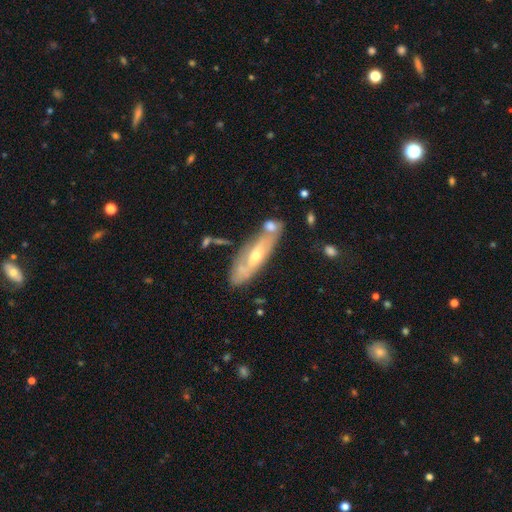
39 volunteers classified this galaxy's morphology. smooth_or_featured: featured or disk (p=0.59) [alt: smooth p=0.36]
disk_edge_on: no (p=0.83) [alt: yes p=0.17]
bar: no (p=0.58) [alt: weak p=0.37]
has_spiral_arms: yes (p=0.79) [alt: no p=0.21]
spiral_winding: tight (p=0.60) [alt: medium p=0.40]
spiral_arm_count: can't tell (p=0.73) [alt: 2 p=0.20]
bulge_size: small (p=0.63) [alt: moderate p=0.37]
merging: none (p=0.59) [alt: minor disturbance p=0.22]